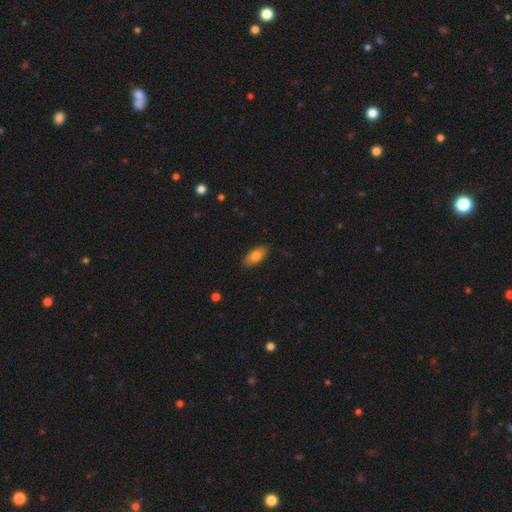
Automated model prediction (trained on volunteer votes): Q: Smooth or featured?
A: smooth (82%); runner-up: featured or disk (11%)
Q: How rounded?
A: in between (90%); runner-up: cigar-shaped (8%)
Q: Merging?
A: none (86%); runner-up: minor disturbance (11%)